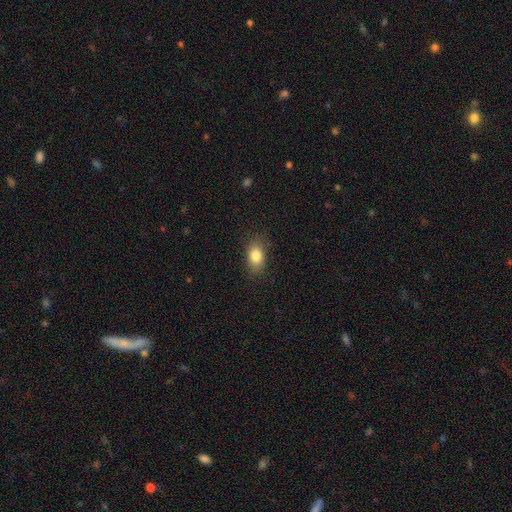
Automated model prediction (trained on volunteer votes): smooth 83%, star or artifact 9%, featured or disk 8%. Down the decision tree: how rounded — in between (84%); merging — none (84%).